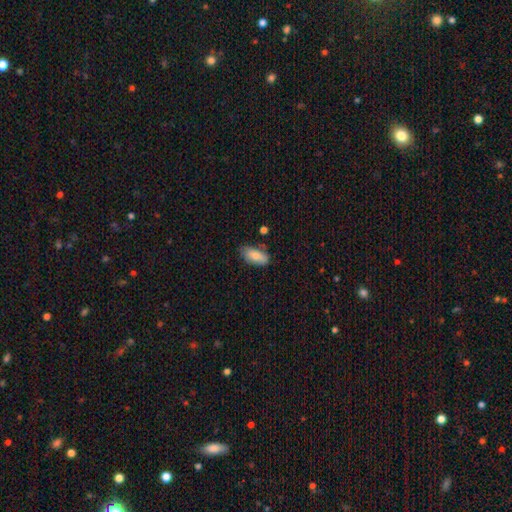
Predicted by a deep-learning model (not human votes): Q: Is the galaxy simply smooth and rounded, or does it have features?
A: smooth — 79%.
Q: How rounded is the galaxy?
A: in between — 89%.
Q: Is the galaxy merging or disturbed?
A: none — 68%.